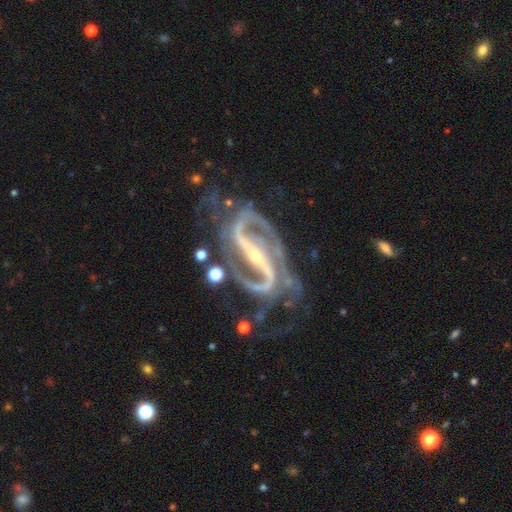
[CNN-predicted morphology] A featured or disk galaxy (94%) with a strong bar (84%), 2 (90%) medium (59%) spiral arms (99%) and a small central bulge (71%).

Vote fractions:
- Smooth or featured? featured or disk: 94% / star or artifact: 4% / smooth: 2%
- Edge-on disk? no: 97% / yes: 3%
- Bar? strong: 84% / weak: 11% / no: 5%
- Spiral arms? yes: 99% / no: 1%
- Spiral winding? medium: 59% / tight: 26% / loose: 15%
- Spiral arm count? 2: 90% / 3: 3% / can't tell: 2% / 1: 2% / 4: 2% / more than 4: 2%
- Bulge size? small: 71% / moderate: 25% / large: 2% / none: 1% / dominant: 1%
- Merging? none: 58% / minor disturbance: 21% / major disturbance: 17% / merger: 4%